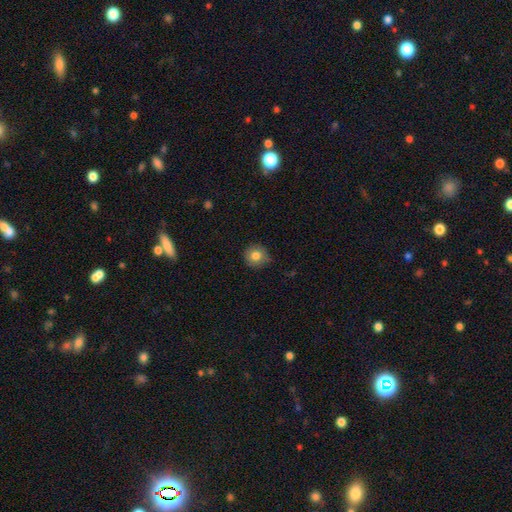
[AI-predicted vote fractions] Morphology: type=smooth (81%); roundness=round (92%); merging=none (81%).